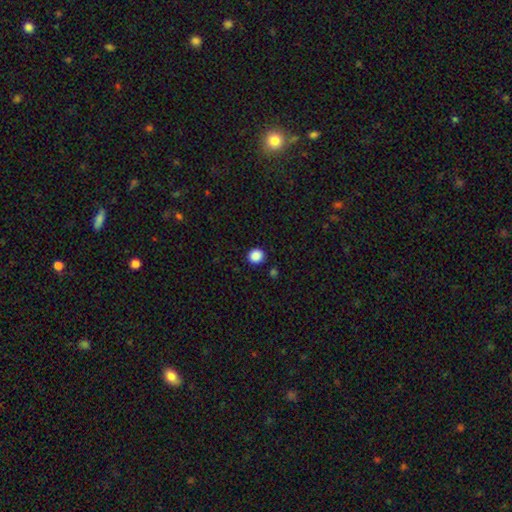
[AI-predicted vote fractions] Smooth or featured: smooth — 88% (star or artifact — 10%)
How rounded: round — 90% (in between — 10%)
Merging: none — 91% (minor disturbance — 5%)